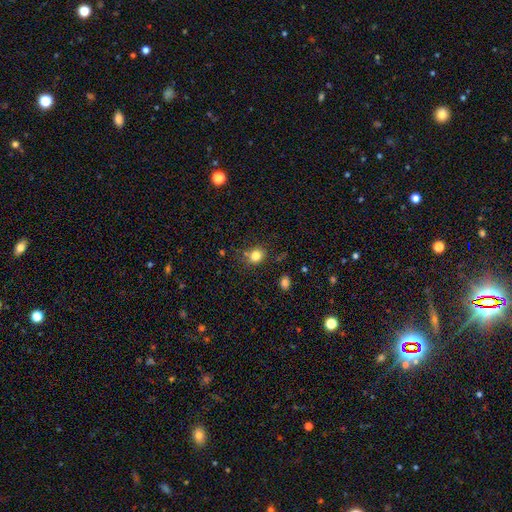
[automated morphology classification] Q: Smooth or featured?
A: smooth (81%); runner-up: star or artifact (12%)
Q: How rounded?
A: round (66%); runner-up: in between (33%)
Q: Merging?
A: none (75%); runner-up: minor disturbance (15%)